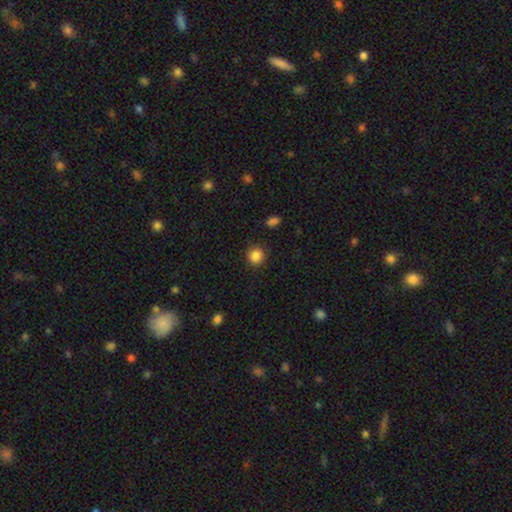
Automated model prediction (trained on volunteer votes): A smooth galaxy with no disk features (86%) that is round (92%).

Vote fractions:
- Smooth or featured? smooth: 86% / star or artifact: 10% / featured or disk: 3%
- How rounded? round: 92% / in between: 8% / cigar-shaped: 1%
- Merging? none: 90% / minor disturbance: 7% / major disturbance: 2% / merger: 1%